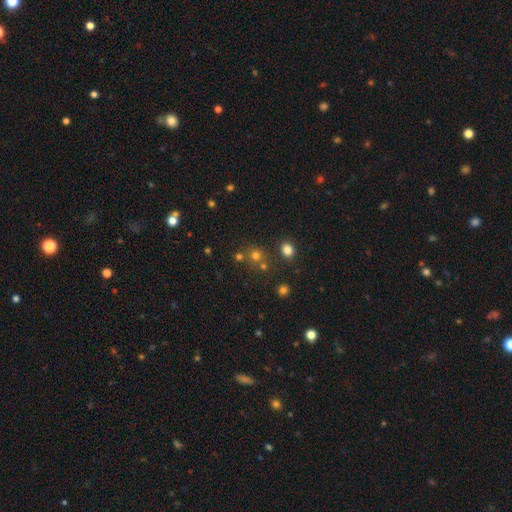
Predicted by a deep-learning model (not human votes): A smooth galaxy with no disk features (65%) that is round (87%). Merging: none (69%).